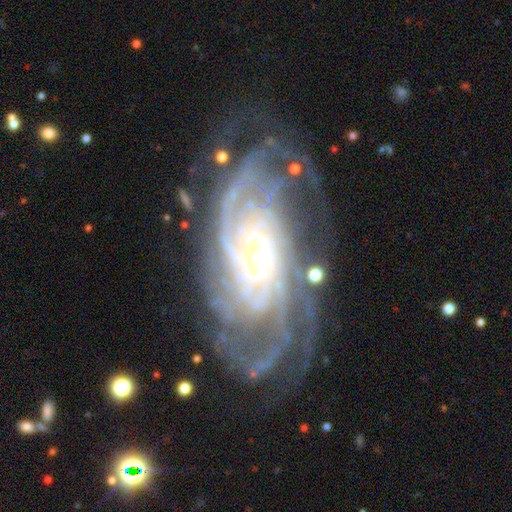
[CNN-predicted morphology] smooth-or-featured: featured or disk: 91% | star or artifact: 5% | smooth: 4%
  disk-edge-on: no: 96% | yes: 4%
    bar: no: 66% | weak: 23% | strong: 11%
    has-spiral-arms: yes: 98% | no: 2%
      spiral-winding: tight: 70% | medium: 25% | loose: 5%
      spiral-arm-count: 4: 23% (tied) | more than 4: 23% (tied) | can't tell: 21% | 3: 15% | 2: 12% | 1: 7%
    bulge-size: small: 79% | moderate: 15% | large: 2% | none: 2% | dominant: 1%
  merging: none: 67% | minor disturbance: 18% | major disturbance: 12% | merger: 2%